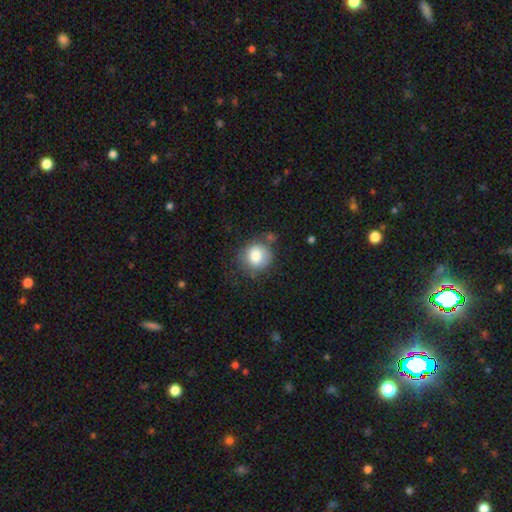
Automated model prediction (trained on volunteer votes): Smooth or featured?
  - smooth: 81% *
  - featured or disk: 10%
  - star or artifact: 9%
How rounded?
  - round: 87% *
  - in between: 12%
  - cigar-shaped: 1%
Merging?
  - none: 67% *
  - minor disturbance: 19%
  - major disturbance: 7%
  - merger: 7%